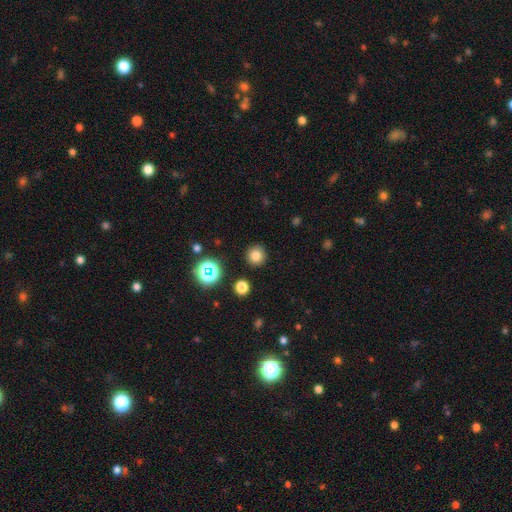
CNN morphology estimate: type=smooth (78%); roundness=round (95%); merging=none (90%).